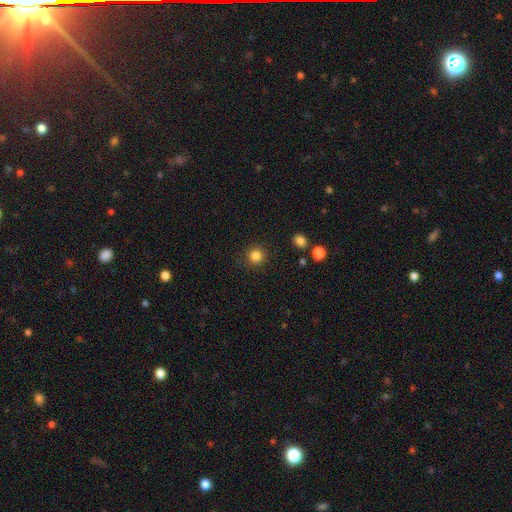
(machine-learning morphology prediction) smooth_or_featured: smooth (p=0.84) [alt: star or artifact p=0.12]
how_rounded: round (p=0.93) [alt: in between p=0.06]
merging: none (p=0.90) [alt: minor disturbance p=0.06]